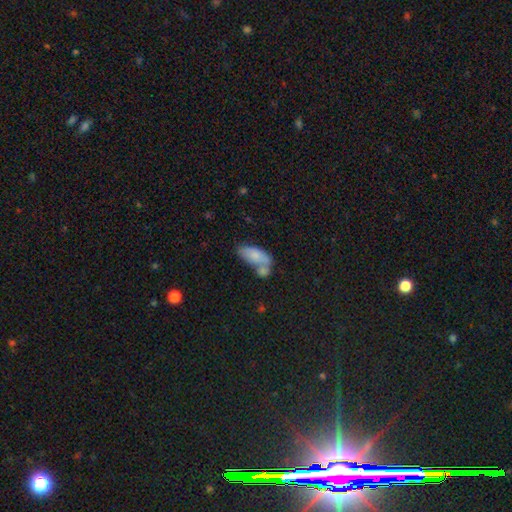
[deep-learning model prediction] This is likely a smooth galaxy (75%). How rounded: clearly in between (88%). Merging: marginally merger (43%).